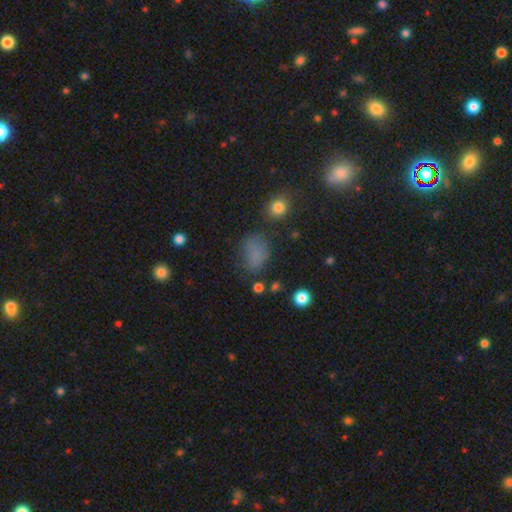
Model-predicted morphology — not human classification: Smooth or featured? Predicted: smooth (p=0.74). How rounded? Predicted: in between (p=0.70). Merging? Predicted: none (p=0.58).